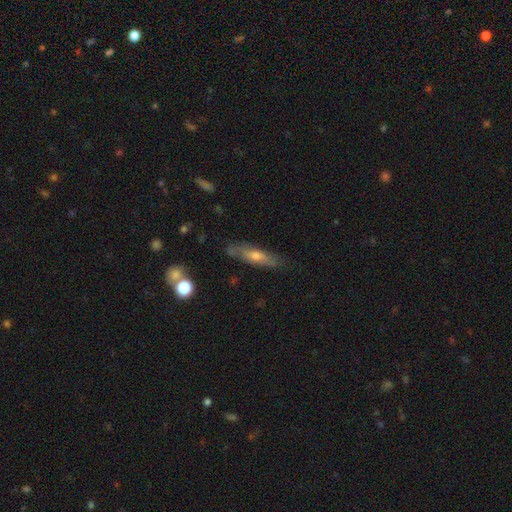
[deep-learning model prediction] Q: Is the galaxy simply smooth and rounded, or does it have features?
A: featured or disk — 48%.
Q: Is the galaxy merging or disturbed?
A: none — 79%.